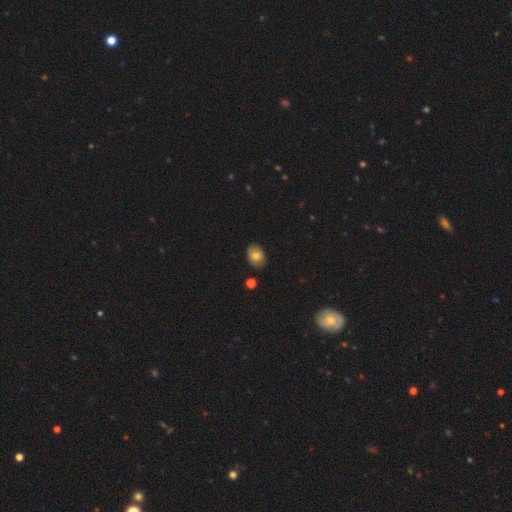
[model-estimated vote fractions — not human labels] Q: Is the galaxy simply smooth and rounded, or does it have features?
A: smooth — 76%.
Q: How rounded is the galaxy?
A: in between — 82%.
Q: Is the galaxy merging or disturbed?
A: none — 85%.